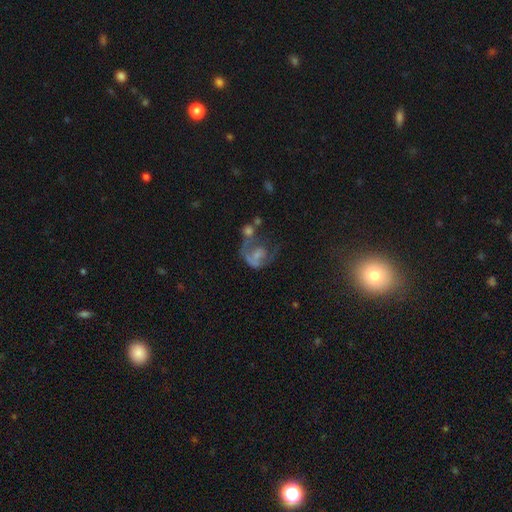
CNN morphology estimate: Smooth or featured: featured or disk — 54% (smooth — 34%)
Edge-on disk: no — 98% (yes — 2%)
Bar: no — 75% (weak — 20%)
Spiral arms: yes — 53% (no — 47%)
Bulge size: small — 31% (tied with none — 31%)
Merging: major disturbance — 39% (merger — 25%)